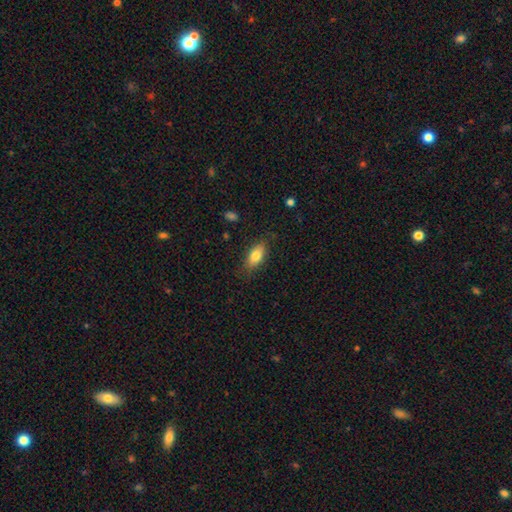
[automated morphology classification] Overall: smooth (79%). How rounded: in between (85%). Merging: none (80%).